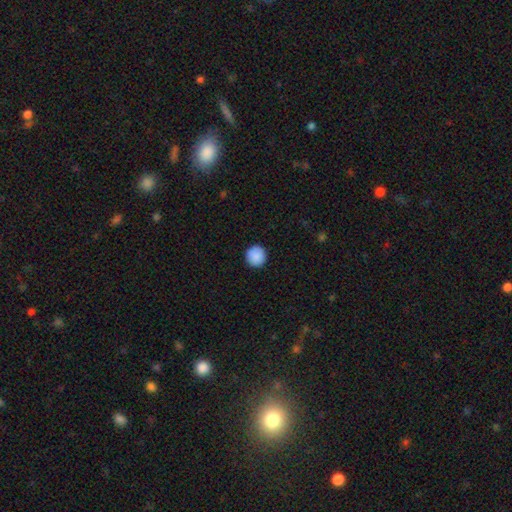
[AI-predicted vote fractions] Smooth or featured? smooth (89%)
How rounded? round (94%)
Merging? none (92%)